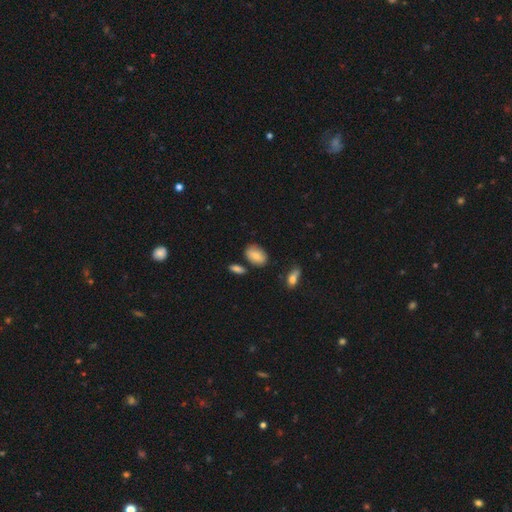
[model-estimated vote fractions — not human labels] This appears to be a smooth galaxy with no disk features (80%) that is in between round and cigar-shaped (85%). Merging: none (73%).